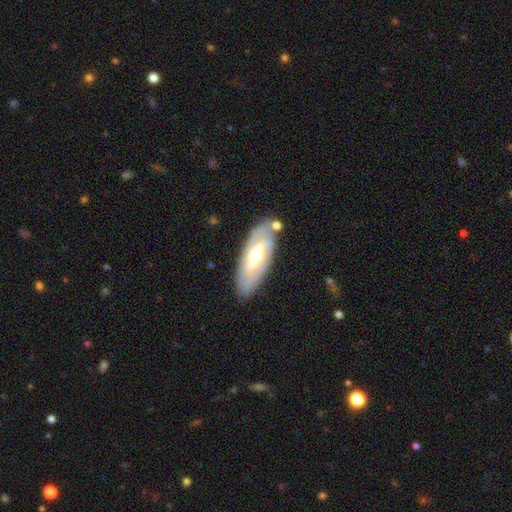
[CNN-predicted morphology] The model was most divided on "bar": weak: 44%, strong: 29%, no: 27%. More confident: edge-on disk — no (81%); merging — none (77%); spiral arms — yes (68%); bulge size — moderate (67%); smooth or featured — featured or disk (65%).